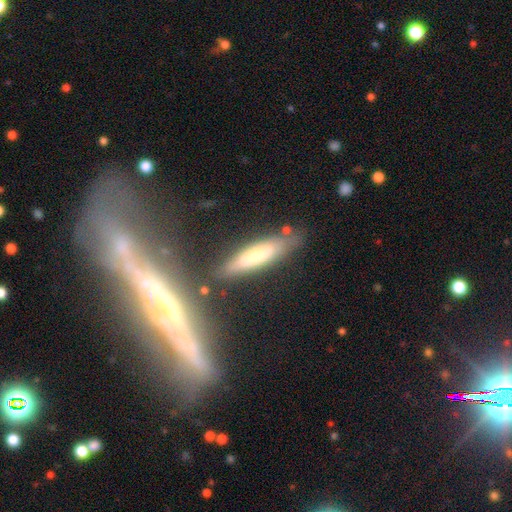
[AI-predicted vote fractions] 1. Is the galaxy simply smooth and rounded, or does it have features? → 59% smooth, 32% featured or disk, 9% star or artifact.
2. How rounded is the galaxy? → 75% cigar-shaped, 23% in between, 2% round.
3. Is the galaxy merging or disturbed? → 75% none, 15% minor disturbance, 6% merger, 5% major disturbance.